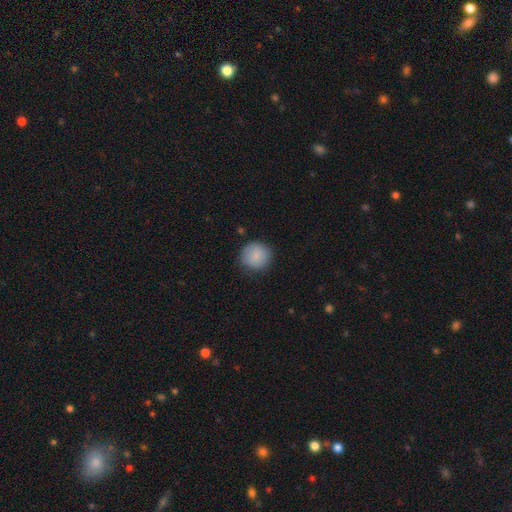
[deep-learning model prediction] Overall: smooth (87%). How rounded: round (91%). Merging: none (84%).